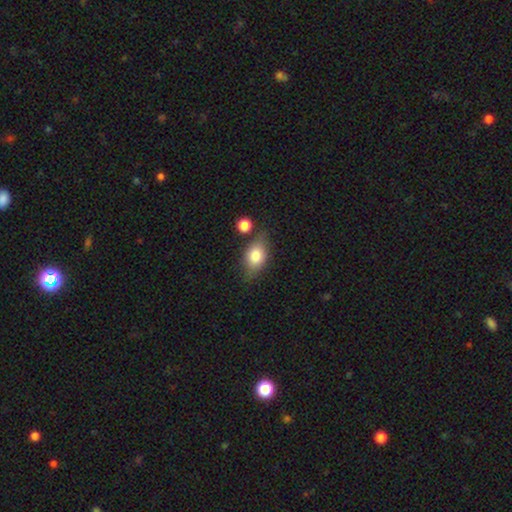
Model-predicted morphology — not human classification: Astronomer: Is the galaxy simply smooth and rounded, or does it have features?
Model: smooth — 75%.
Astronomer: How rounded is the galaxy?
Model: in between — 78%.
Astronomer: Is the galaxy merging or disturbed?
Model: none — 66%.